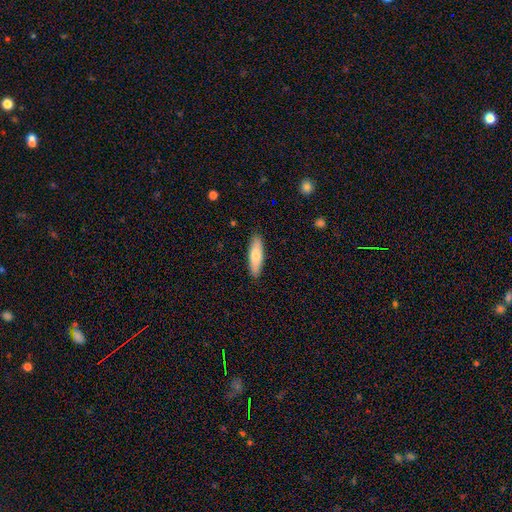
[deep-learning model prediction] Smooth or featured? Predicted: smooth (p=0.74). How rounded? Predicted: cigar-shaped (p=0.60). Merging? Predicted: none (p=0.89).